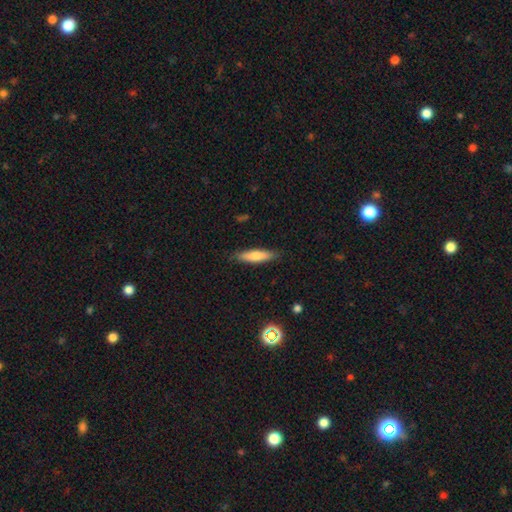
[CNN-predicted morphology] Smooth or featured?
  - smooth: 71% *
  - featured or disk: 23%
  - star or artifact: 7%
How rounded?
  - cigar-shaped: 75% *
  - in between: 23%
  - round: 2%
Merging?
  - none: 86% *
  - minor disturbance: 11%
  - major disturbance: 2%
  - merger: 1%